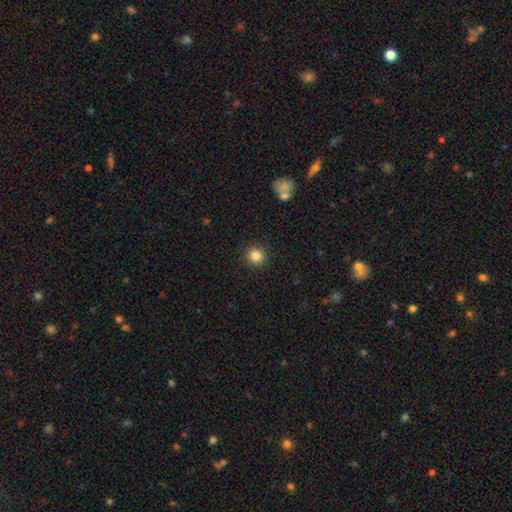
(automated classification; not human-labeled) Overall: smooth (84%). How rounded: round (94%). Merging: none (92%).